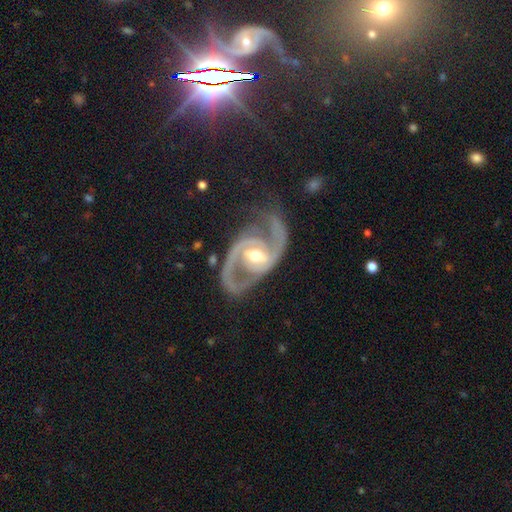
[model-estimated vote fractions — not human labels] smooth_or_featured: featured or disk (p=0.93) [alt: star or artifact p=0.04]
disk_edge_on: no (p=0.97) [alt: yes p=0.03]
bar: weak (p=0.42) [alt: no p=0.30]
has_spiral_arms: yes (p=0.97) [alt: no p=0.03]
spiral_winding: medium (p=0.54) [alt: tight p=0.28]
spiral_arm_count: 2 (p=0.89) [alt: 3 p=0.03]
bulge_size: moderate (p=0.74) [alt: small p=0.18]
merging: none (p=0.64) [alt: minor disturbance p=0.19]